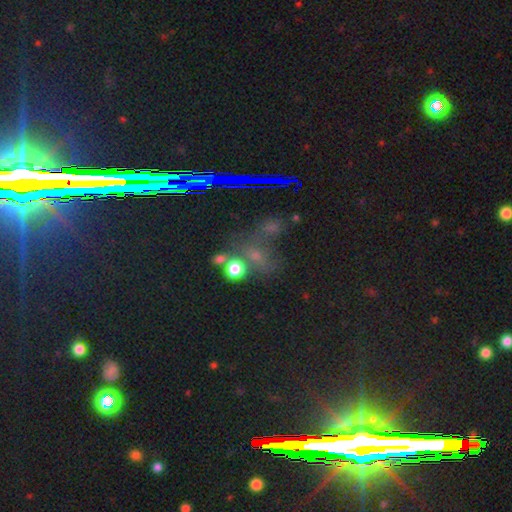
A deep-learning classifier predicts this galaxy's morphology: Smooth or featured? star or artifact (45%, tied with smooth)